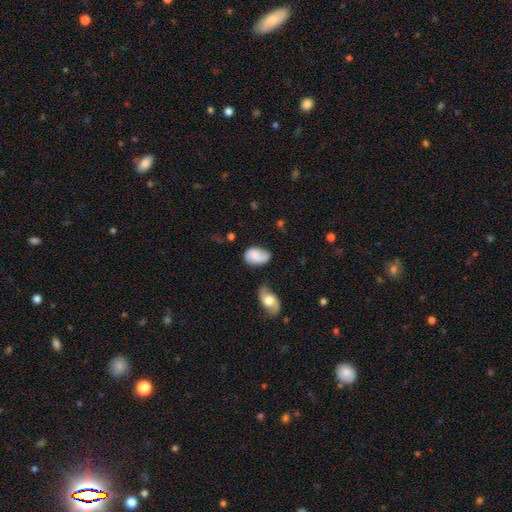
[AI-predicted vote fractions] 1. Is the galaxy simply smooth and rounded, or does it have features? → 59% smooth, 33% featured or disk, 9% star or artifact.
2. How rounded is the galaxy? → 83% in between, 15% round, 1% cigar-shaped.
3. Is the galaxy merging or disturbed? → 56% none, 29% minor disturbance, 9% major disturbance, 6% merger.